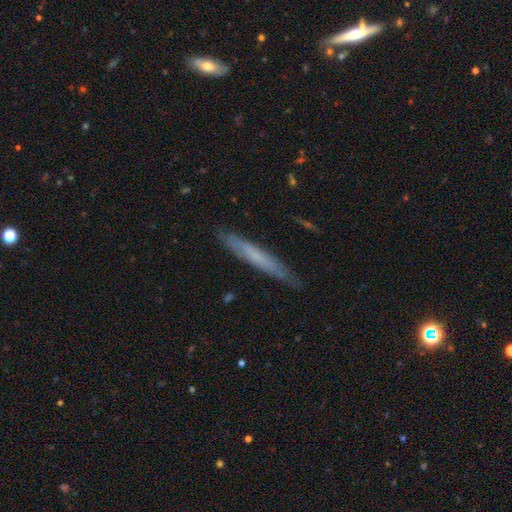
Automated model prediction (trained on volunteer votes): smooth_or_featured: smooth (p=0.51) [alt: featured or disk p=0.43]
how_rounded: cigar-shaped (p=0.95) [alt: in between p=0.03]
merging: none (p=0.83) [alt: minor disturbance p=0.13]